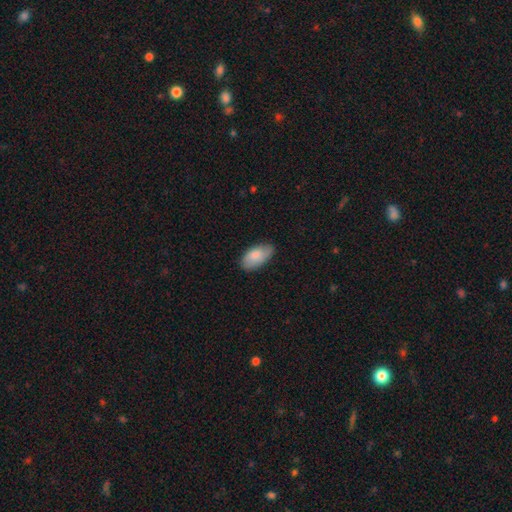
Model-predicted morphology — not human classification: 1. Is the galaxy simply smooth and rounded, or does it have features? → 81% smooth, 13% featured or disk, 6% star or artifact.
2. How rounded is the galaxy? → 94% in between, 3% cigar-shaped, 3% round.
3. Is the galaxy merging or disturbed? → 76% none, 20% minor disturbance, 3% major disturbance, 1% merger.